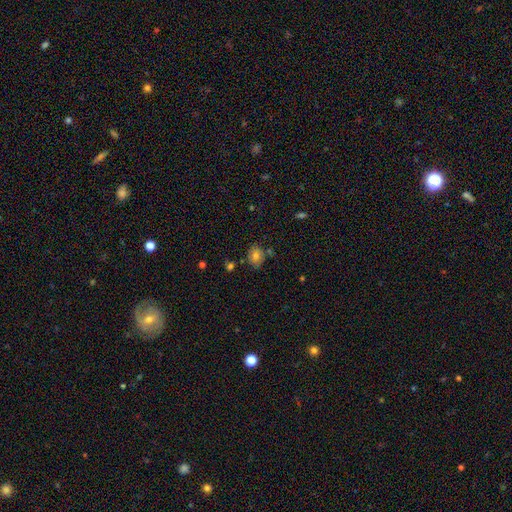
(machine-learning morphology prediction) A smooth galaxy with no disk features (73%) that is round (55%).

Vote fractions:
- Smooth or featured? smooth: 73% / featured or disk: 15% / star or artifact: 12%
- How rounded? round: 55% / in between: 44% / cigar-shaped: 1%
- Merging? none: 74% / minor disturbance: 16% / merger: 7% / major disturbance: 4%